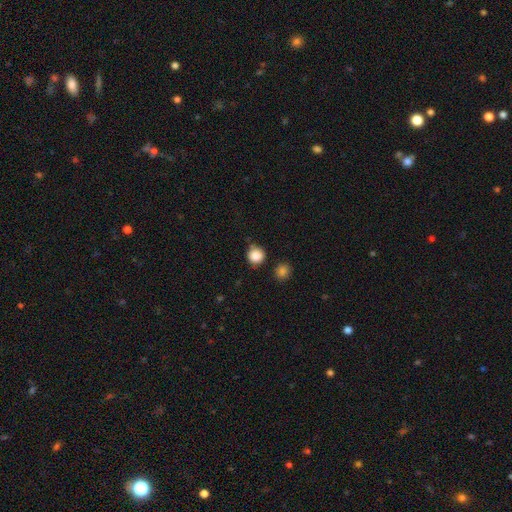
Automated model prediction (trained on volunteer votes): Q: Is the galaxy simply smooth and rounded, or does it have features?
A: smooth — 87%.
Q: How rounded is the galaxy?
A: round — 91%.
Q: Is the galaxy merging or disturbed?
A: none — 76%.